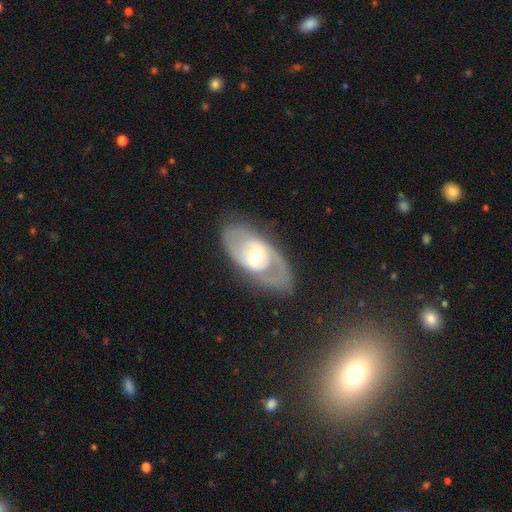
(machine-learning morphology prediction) Smooth or featured? Predicted: featured or disk (p=0.74). Edge-on disk? Predicted: no (p=0.91). Bar? Predicted: no (p=0.56). Spiral arms? Predicted: yes (p=0.65). Bulge size? Predicted: moderate (p=0.69). Merging? Predicted: none (p=0.71).